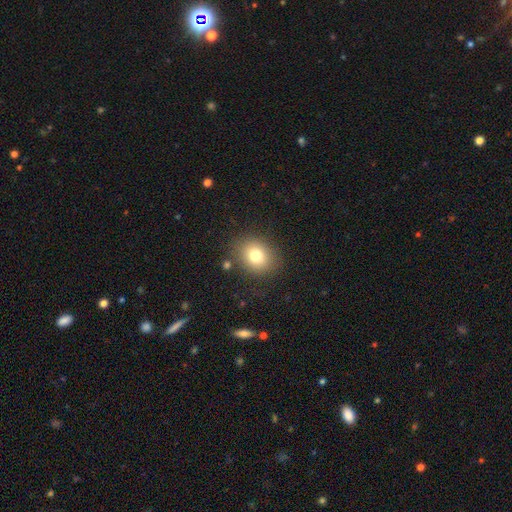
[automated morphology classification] This appears to be a smooth galaxy with no disk features (78%) that is round (61%). Merging: none (83%).